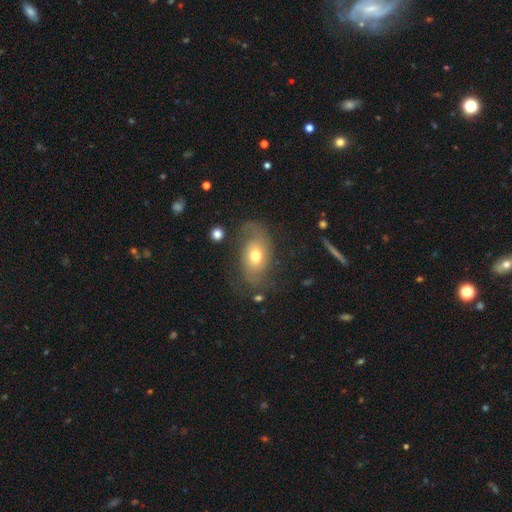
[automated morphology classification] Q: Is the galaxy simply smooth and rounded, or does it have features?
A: smooth — 49%.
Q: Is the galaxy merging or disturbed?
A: none — 54%.